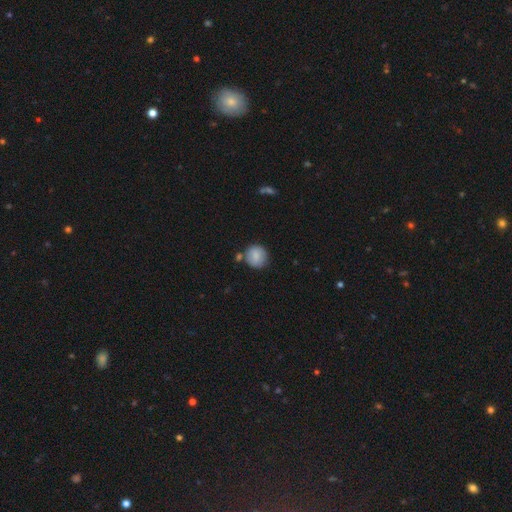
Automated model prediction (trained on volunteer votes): Q: Smooth or featured?
A: smooth (82%); runner-up: featured or disk (10%)
Q: How rounded?
A: round (88%); runner-up: in between (11%)
Q: Merging?
A: none (74%); runner-up: minor disturbance (13%)